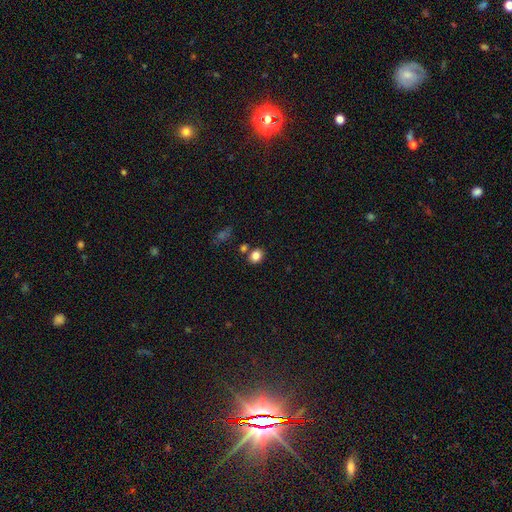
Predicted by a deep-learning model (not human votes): smooth 84%, star or artifact 11%, featured or disk 6%. Down the decision tree: how rounded — round (55%); merging — none (76%).